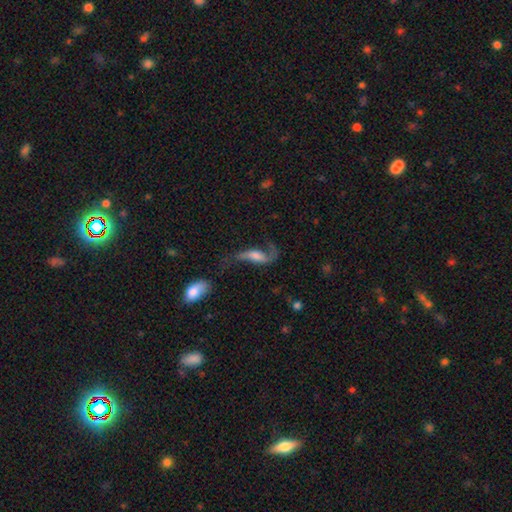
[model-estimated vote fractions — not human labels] featured or disk 68%, smooth 24%, star or artifact 9%. Down the decision tree: edge-on disk — no (85%); bar — no (43%); spiral arms — yes (88%); spiral arm count — 2 (79%); spiral winding — loose (85%); bulge size — moderate (32%); merging — none (41%).